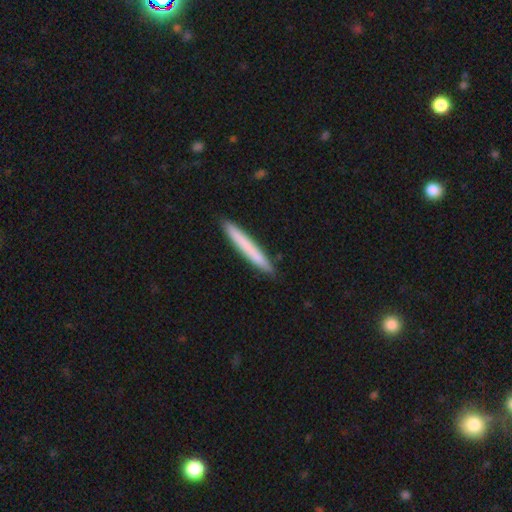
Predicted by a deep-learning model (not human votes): Morphology: type=smooth (71%); roundness=cigar-shaped (95%); merging=none (89%).